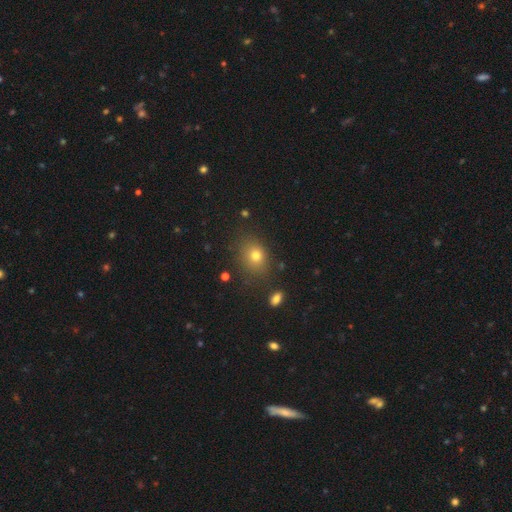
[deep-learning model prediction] A smooth galaxy with no disk features (75%) that is round (55%). Merging: none (80%).